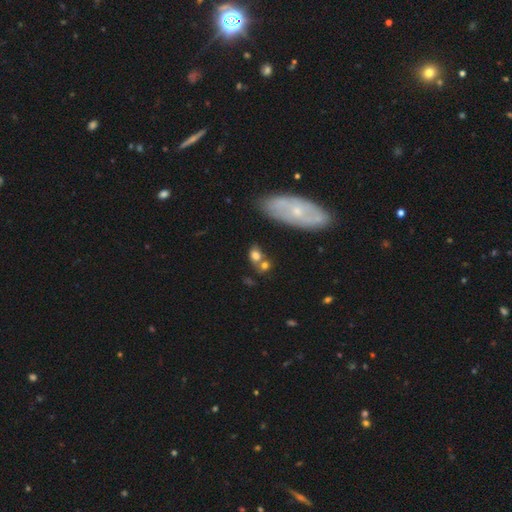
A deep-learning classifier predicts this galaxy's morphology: smooth_or_featured: smooth (p=0.71) [alt: featured or disk p=0.17]
how_rounded: in between (p=0.53) [alt: round p=0.42]
merging: none (p=0.50) [alt: merger p=0.29]